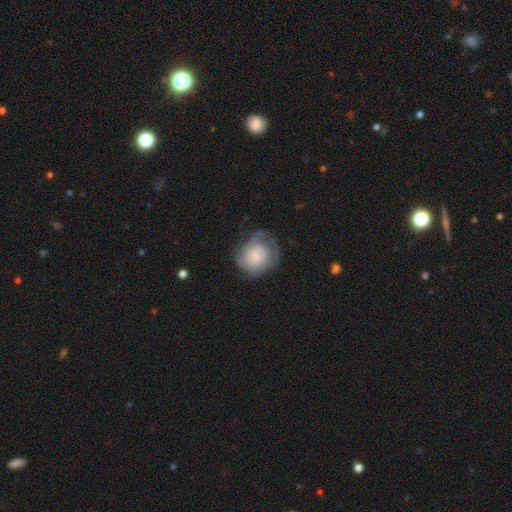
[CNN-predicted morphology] Q: Smooth or featured?
A: featured or disk (51%); runner-up: smooth (41%)
Q: Edge-on disk?
A: no (98%); runner-up: yes (2%)
Q: Merging?
A: none (45%); runner-up: minor disturbance (29%)